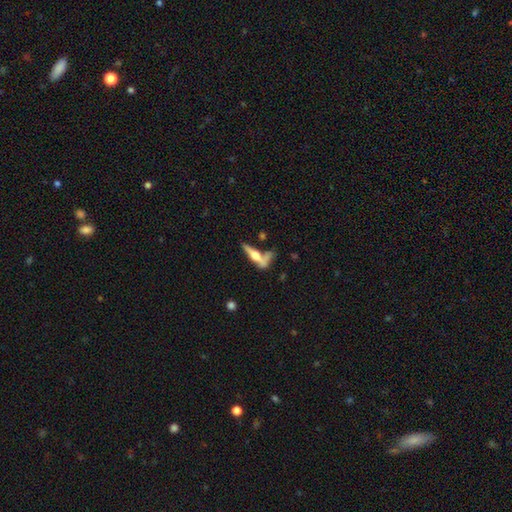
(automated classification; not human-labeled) The model was most divided on "smooth or featured": featured or disk: 52%, smooth: 40%, star or artifact: 8%. Remaining: edge-on disk — yes (87%); merging — none (40%).